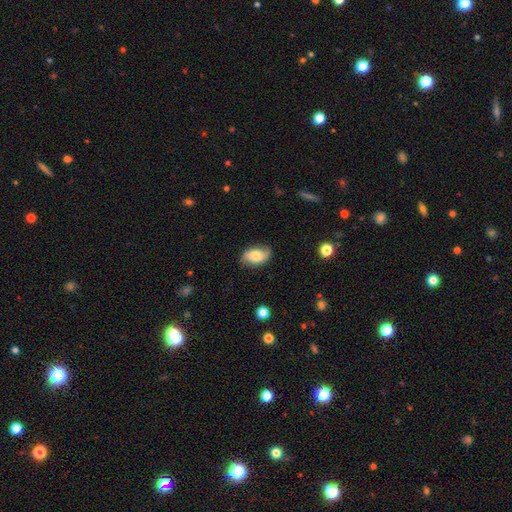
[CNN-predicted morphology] A smooth galaxy with no disk features (61%) that is in between round and cigar-shaped (90%). Merging: none (75%).